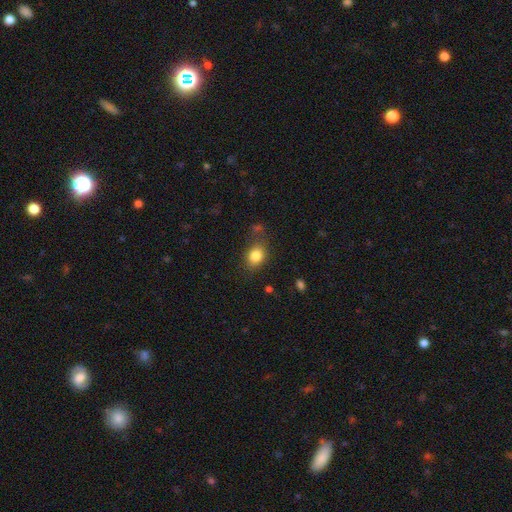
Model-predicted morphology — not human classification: smooth_or_featured: smooth (p=0.83) [alt: star or artifact p=0.10]
how_rounded: in between (p=0.57) [alt: round p=0.42]
merging: none (p=0.70) [alt: minor disturbance p=0.18]